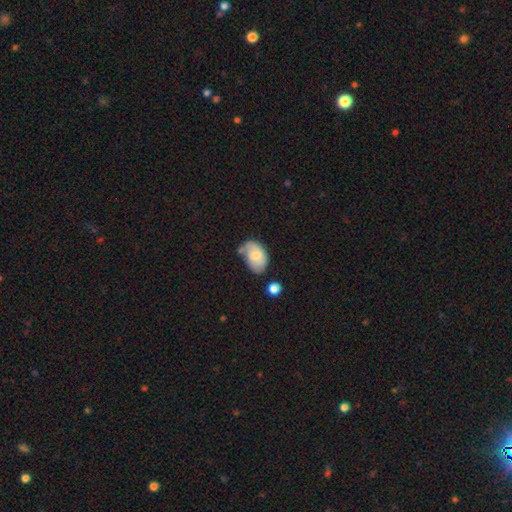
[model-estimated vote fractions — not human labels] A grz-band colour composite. It shows a smooth galaxy with no disk features (63%) that is in between round and cigar-shaped (88%). Merging: none (44%).